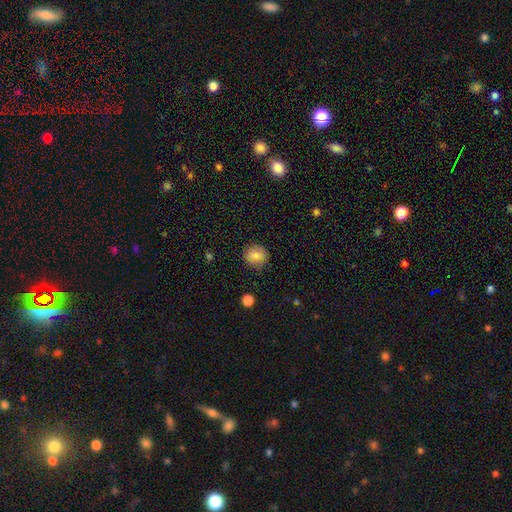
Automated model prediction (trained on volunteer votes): A smooth galaxy with no disk features (77%) that is round (76%). Merging: none (84%).